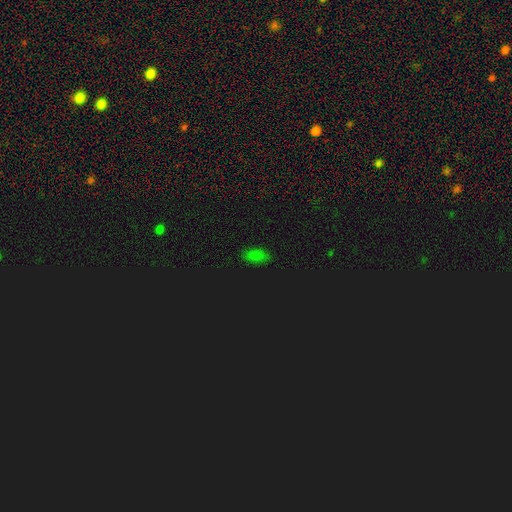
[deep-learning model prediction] Smooth or featured? smooth (69%)
How rounded? in between (90%)
Merging? none (84%)